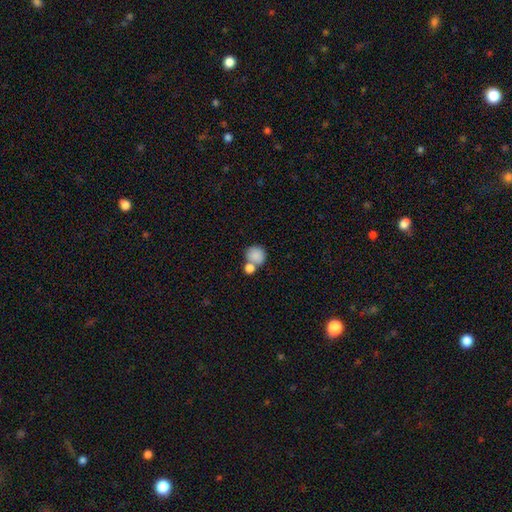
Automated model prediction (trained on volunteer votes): Smooth or featured: smooth — 85% (star or artifact — 8%)
How rounded: round — 83% (in between — 16%)
Merging: none — 44% (merger — 41%)